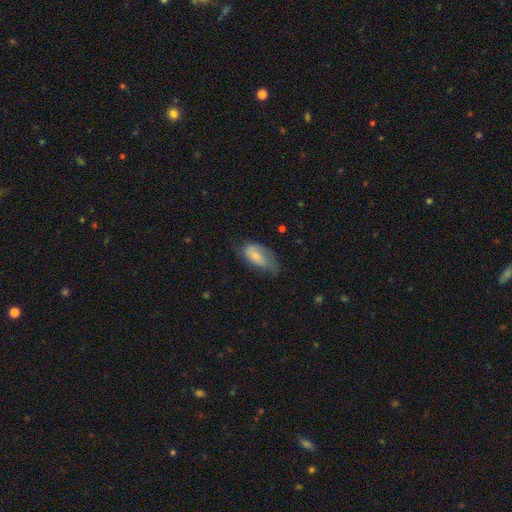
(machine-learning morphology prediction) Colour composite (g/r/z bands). It shows a smooth galaxy with no disk features (59%) that is in between round and cigar-shaped (91%). Merging: none (43%).